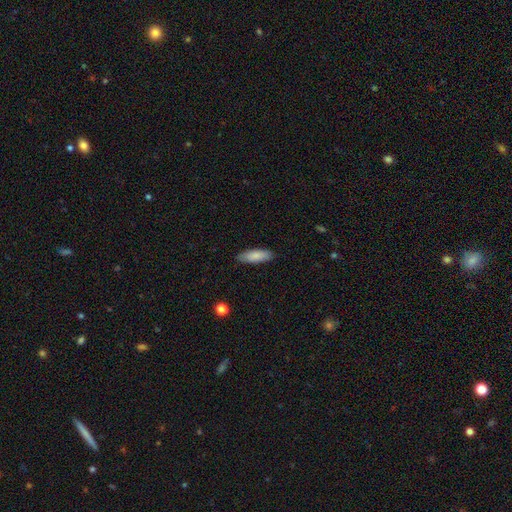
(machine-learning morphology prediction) A smooth galaxy with no disk features (85%) that is in between round and cigar-shaped (57%).

Vote fractions:
- Smooth or featured? smooth: 85% / featured or disk: 9% / star or artifact: 5%
- How rounded? in between: 57% / cigar-shaped: 41% / round: 1%
- Merging? none: 87% / minor disturbance: 10% / major disturbance: 2% / merger: 1%